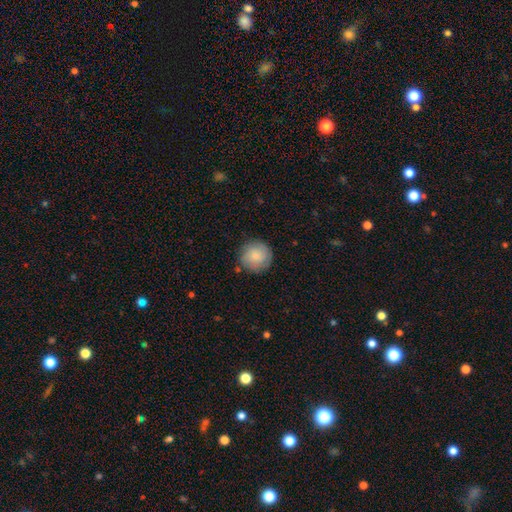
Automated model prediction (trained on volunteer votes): smooth 80%, featured or disk 14%, star or artifact 6%. Down the decision tree: how rounded — round (94%); merging — none (84%).